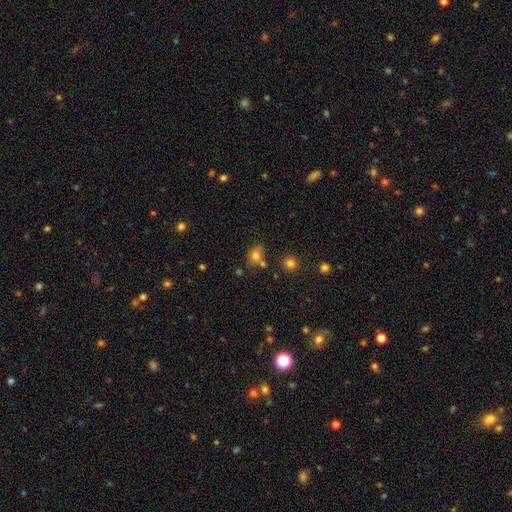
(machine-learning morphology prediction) smooth 75%, star or artifact 13%, featured or disk 12%. Down the decision tree: how rounded — in between (58%); merging — none (66%).